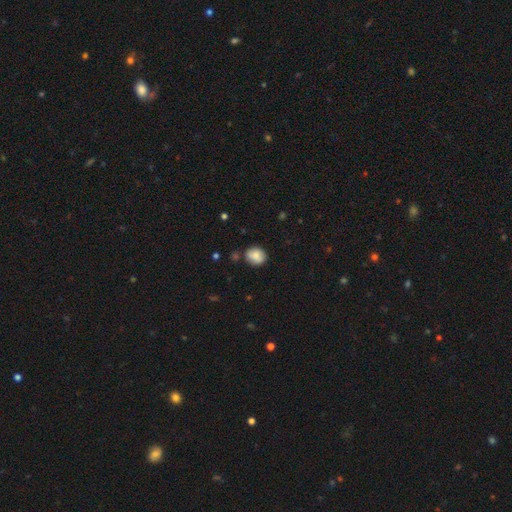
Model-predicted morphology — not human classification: Smooth or featured?
  - smooth: 81% *
  - featured or disk: 10%
  - star or artifact: 8%
How rounded?
  - round: 58% *
  - in between: 41%
  - cigar-shaped: 1%
Merging?
  - none: 74% *
  - minor disturbance: 17%
  - merger: 5%
  - major disturbance: 4%